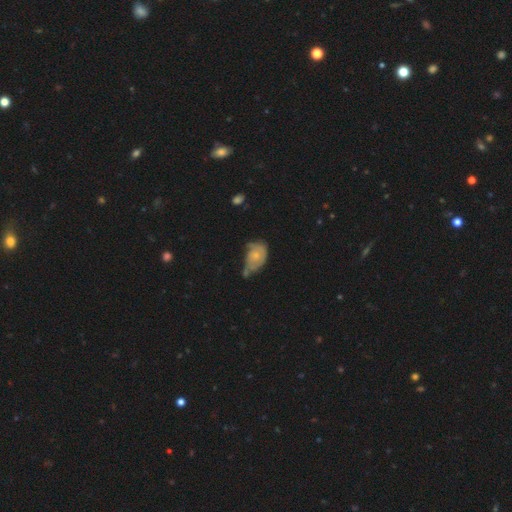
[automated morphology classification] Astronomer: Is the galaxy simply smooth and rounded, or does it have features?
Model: smooth — 47% (runner-up: featured or disk, 45%).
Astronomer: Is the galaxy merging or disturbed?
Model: minor disturbance — 36% (runner-up: none, 26%).